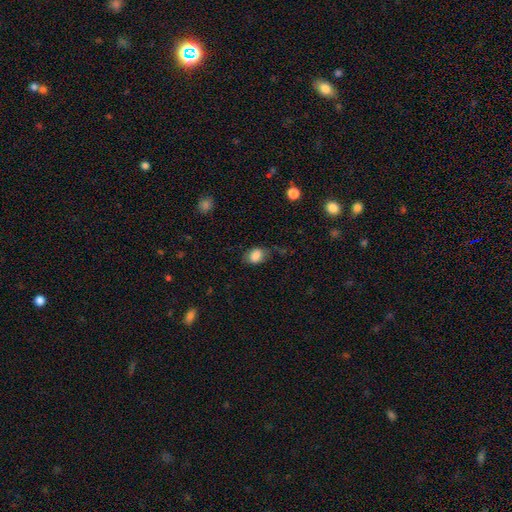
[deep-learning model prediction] Smooth or featured? Predicted: smooth (p=0.84). How rounded? Predicted: in between (p=0.70). Merging? Predicted: none (p=0.63).